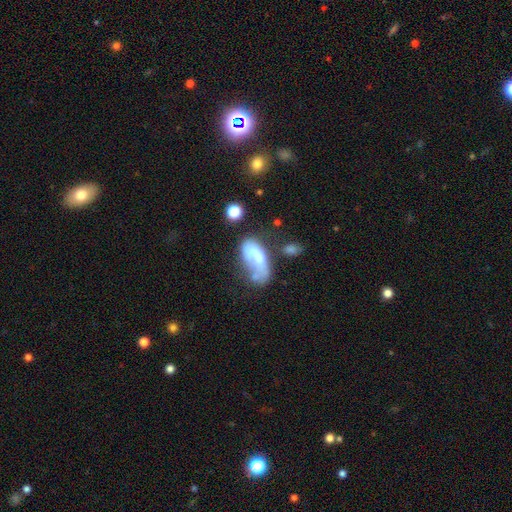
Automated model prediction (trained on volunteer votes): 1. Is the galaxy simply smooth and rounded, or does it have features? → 52% smooth, 38% featured or disk, 10% star or artifact.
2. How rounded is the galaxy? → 85% in between, 11% cigar-shaped, 4% round.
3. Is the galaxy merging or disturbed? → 33% major disturbance, 29% merger, 19% none, 19% minor disturbance.